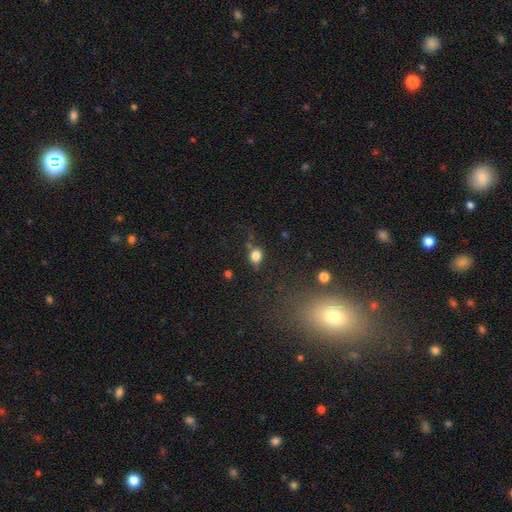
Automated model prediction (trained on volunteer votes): Overall: smooth (80%). How rounded: round (54%; in between 45%). Merging: none (66%).